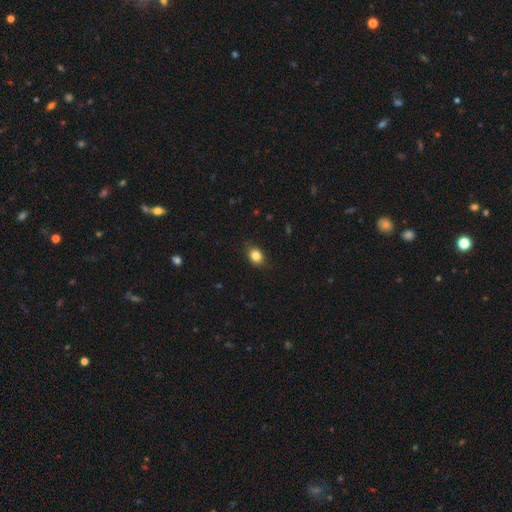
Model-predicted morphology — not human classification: A smooth galaxy with no disk features (84%) that is in between round and cigar-shaped (59%). Merging: none (83%).